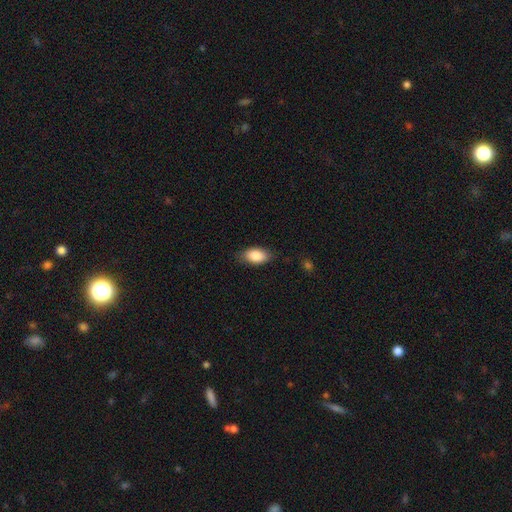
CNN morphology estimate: Smooth or featured: smooth — 86% (featured or disk — 8%)
How rounded: in between — 91% (round — 5%)
Merging: none — 80% (minor disturbance — 16%)